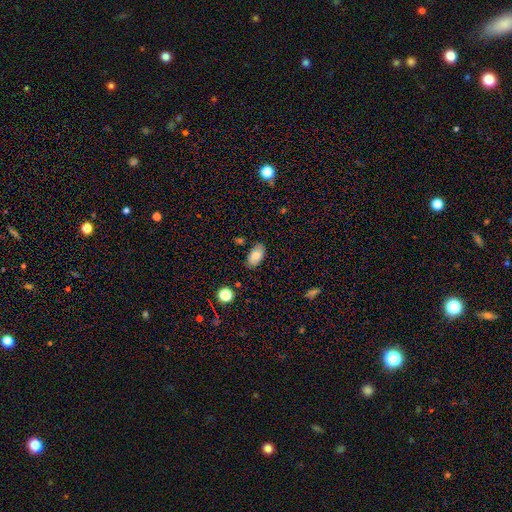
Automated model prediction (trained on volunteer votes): This is clearly a smooth galaxy (83%). How rounded: clearly in between (94%). Merging: clearly none (82%).